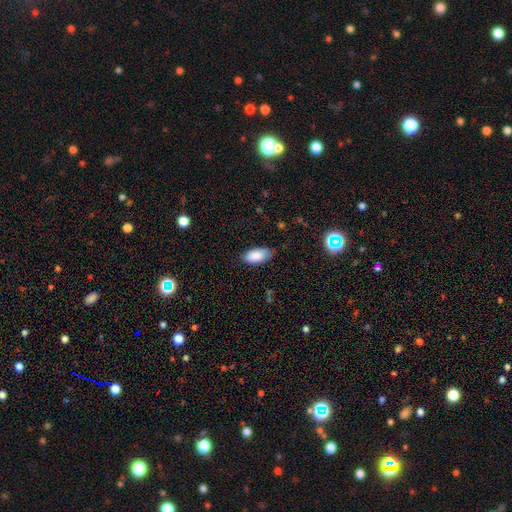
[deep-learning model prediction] Overall: smooth (86%). How rounded: in between (93%). Merging: none (74%).